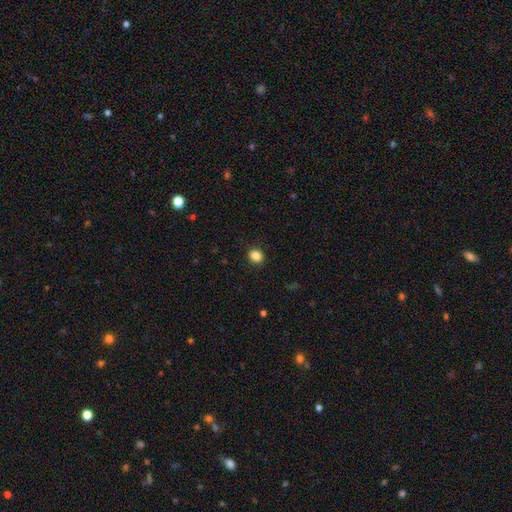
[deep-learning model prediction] Morphology: type=smooth (86%); roundness=round (65%); merging=none (90%).